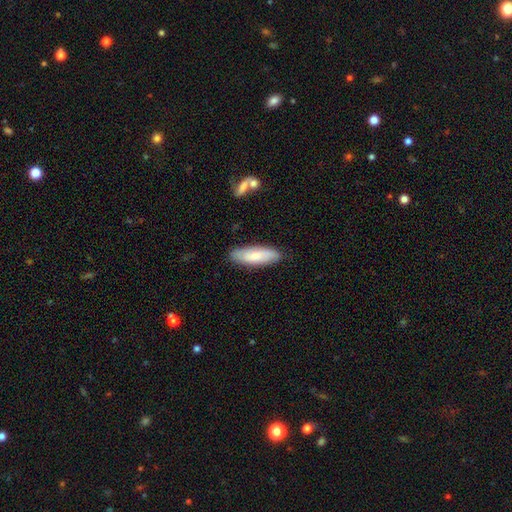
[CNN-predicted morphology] Smooth or featured: smooth — 75% (featured or disk — 19%)
How rounded: in between — 56% (cigar-shaped — 43%)
Merging: none — 84% (minor disturbance — 12%)